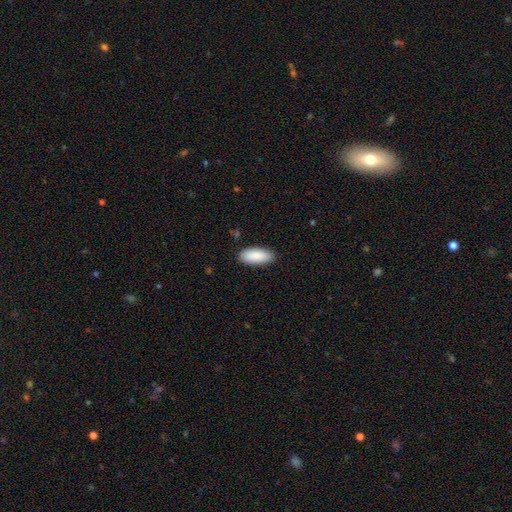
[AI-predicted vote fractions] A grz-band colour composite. It shows a smooth galaxy with no disk features (89%) that is in between round and cigar-shaped (87%). Merging: none (88%).